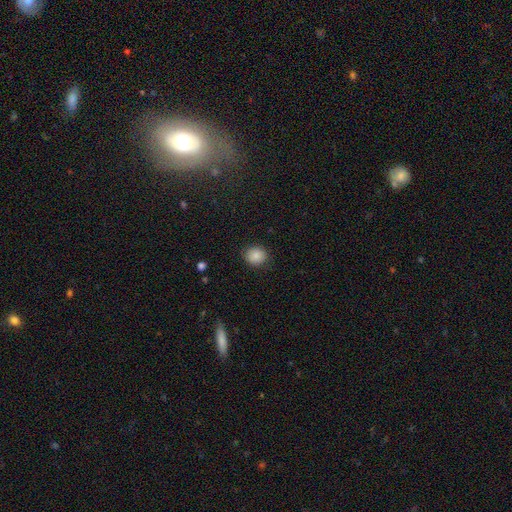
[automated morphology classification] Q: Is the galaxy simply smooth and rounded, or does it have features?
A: smooth — 86%.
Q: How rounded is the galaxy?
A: round — 78%.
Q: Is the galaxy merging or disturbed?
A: none — 86%.